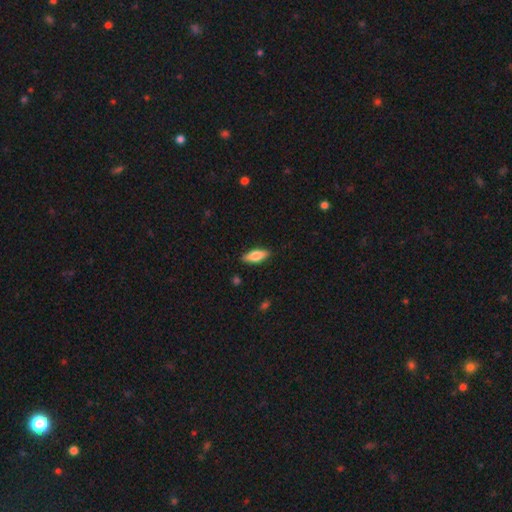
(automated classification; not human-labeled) smooth 72%, featured or disk 22%, star or artifact 6%. Down the decision tree: how rounded — in between (67%); merging — none (88%).